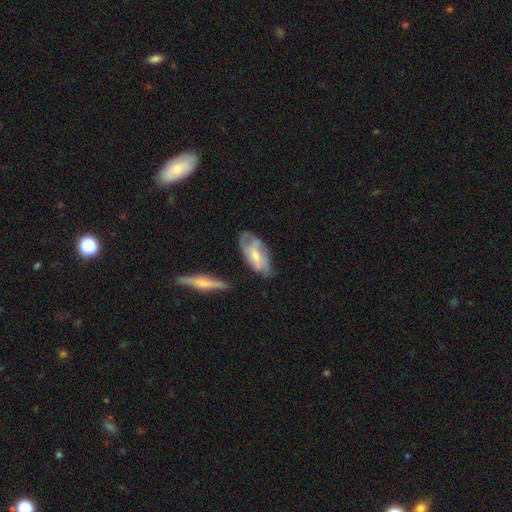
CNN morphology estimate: type=featured or disk (56%); edge-on=no (87%); merging=none (53%).